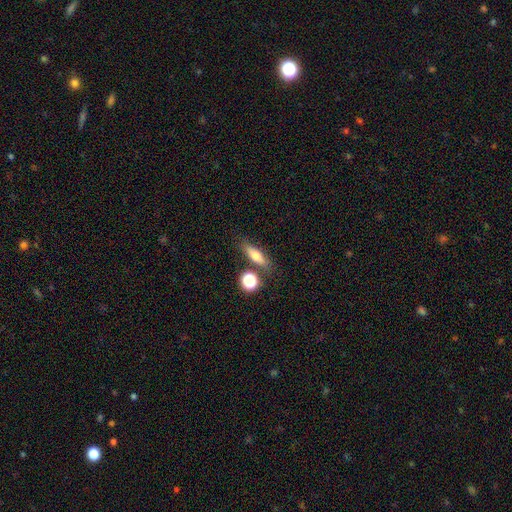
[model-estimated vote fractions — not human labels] A smooth galaxy with no disk features (63%) that is cigar-shaped (45%, tied with in between).

Vote fractions:
- Smooth or featured? smooth: 63% / featured or disk: 27% / star or artifact: 10%
- How rounded? cigar-shaped: 45% (tied) / in between: 45% (tied) / round: 10%
- Merging? none: 74% / minor disturbance: 13% / merger: 9% / major disturbance: 4%